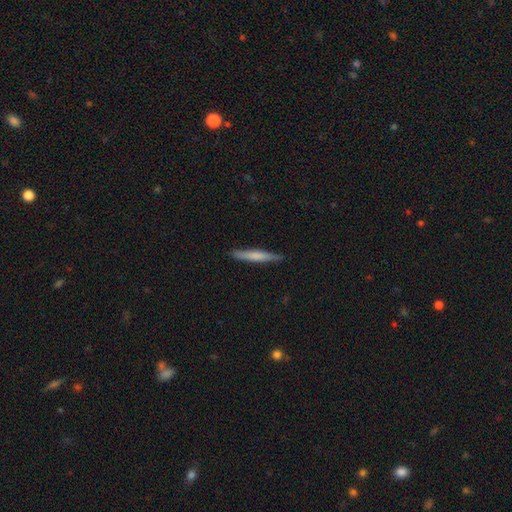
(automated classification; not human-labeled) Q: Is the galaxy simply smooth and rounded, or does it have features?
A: smooth — 63%.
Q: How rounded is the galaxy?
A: cigar-shaped — 95%.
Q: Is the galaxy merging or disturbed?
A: none — 88%.